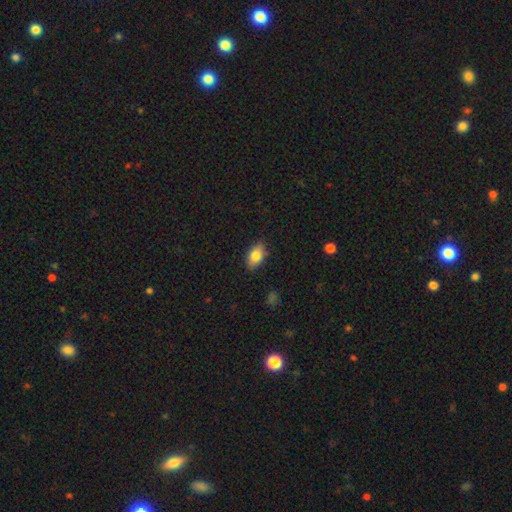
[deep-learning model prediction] A smooth galaxy with no disk features (82%) that is in between round and cigar-shaped (90%). Merging: none (83%).